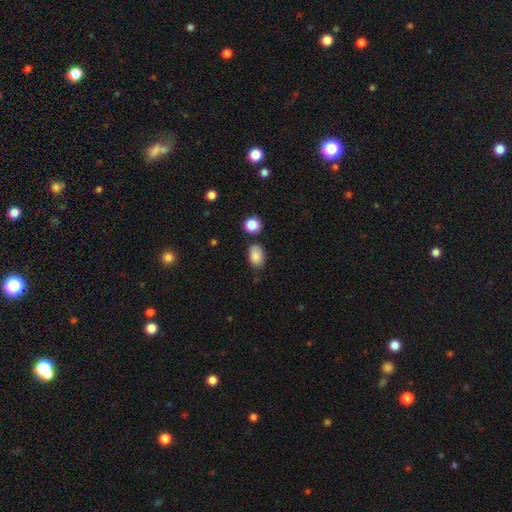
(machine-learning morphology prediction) This appears to be a smooth galaxy with no disk features (87%) that is in between round and cigar-shaped (86%). Merging: none (74%).